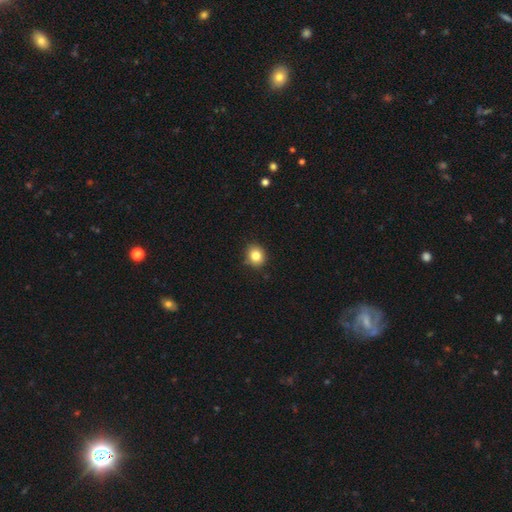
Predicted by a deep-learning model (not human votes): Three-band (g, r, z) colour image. It shows a smooth galaxy with no disk features (83%) that is round (78%). Merging: none (86%).